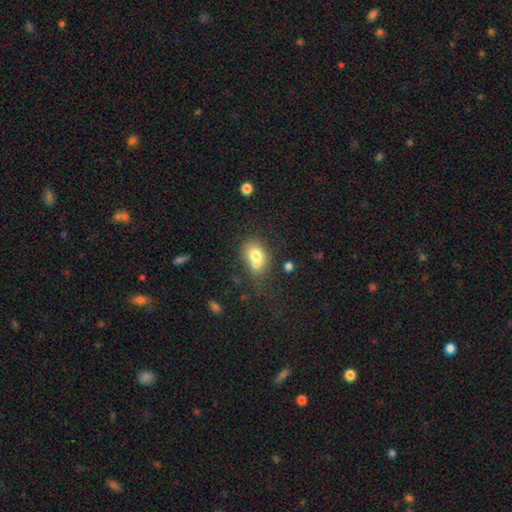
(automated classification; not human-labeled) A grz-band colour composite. It shows a smooth galaxy with no disk features (70%) that is in between round and cigar-shaped (55%). Merging: merger (49%).